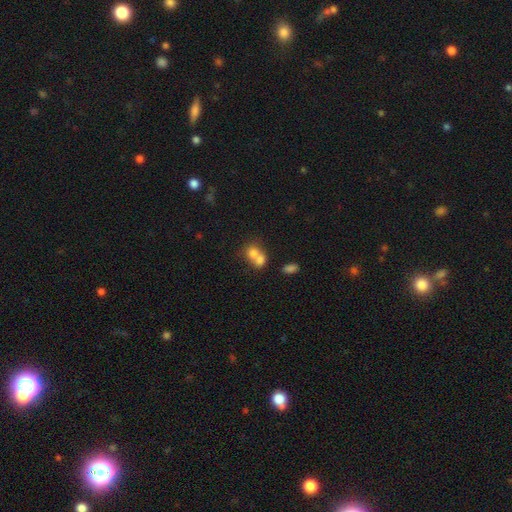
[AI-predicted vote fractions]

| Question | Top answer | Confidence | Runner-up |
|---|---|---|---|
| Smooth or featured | smooth | 72% | featured or disk (18%) |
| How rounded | round | 61% | in between (38%) |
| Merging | merger | 69% | none (23%) |